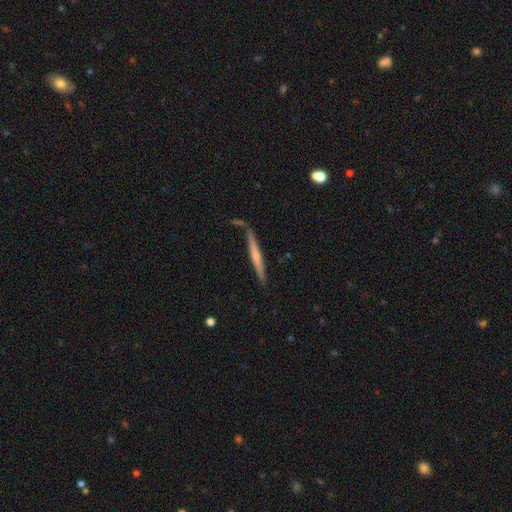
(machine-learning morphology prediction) Q: Smooth or featured?
A: featured or disk (58%); runner-up: smooth (36%)
Q: Edge-on disk?
A: yes (97%); runner-up: no (3%)
Q: Edge-on bulge?
A: rounded (47%); runner-up: none (45%)
Q: Merging?
A: none (77%); runner-up: minor disturbance (14%)